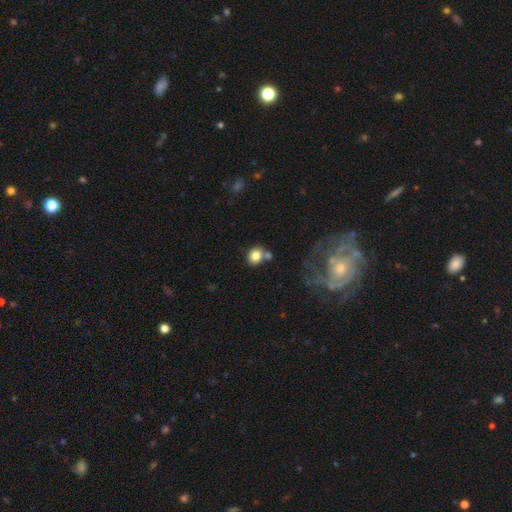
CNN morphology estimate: This is clearly a smooth galaxy (80%). How rounded: likely round (74%). Merging: likely none (61%).